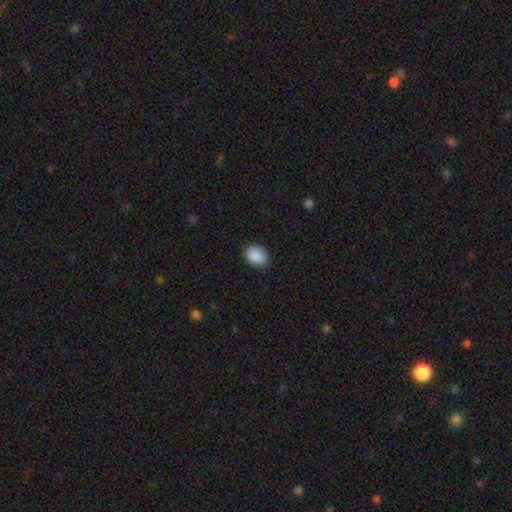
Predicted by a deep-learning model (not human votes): This is clearly a smooth galaxy (90%). How rounded: likely in between (71%). Merging: clearly none (80%).